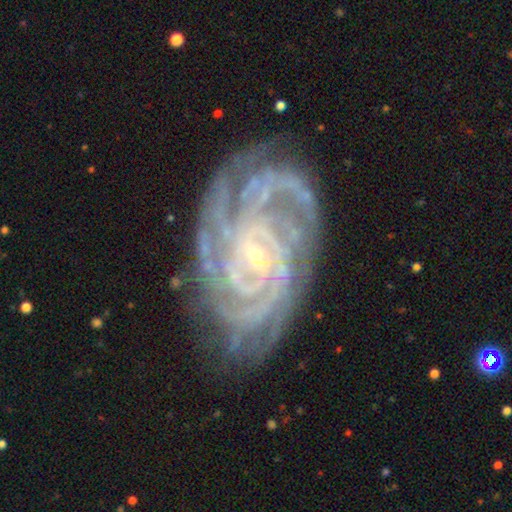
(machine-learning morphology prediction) The model was most divided on "spiral arm count": 4: 29%, 3: 19%, more than 4: 17%, can't tell: 14%, 2: 13%, 1: 8%. More confident: spiral arms — yes (99%); edge-on disk — no (97%); smooth or featured — featured or disk (92%); bulge size — small (84%); spiral winding — tight (82%); merging — none (76%); bar — no (56%).